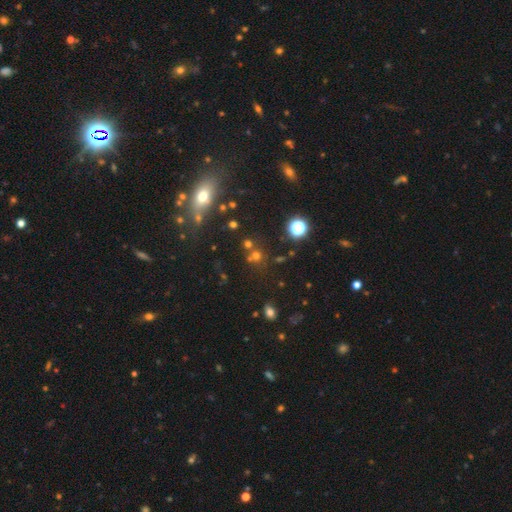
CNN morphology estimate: Q: Smooth or featured?
A: smooth (52%); runner-up: star or artifact (38%)
Q: How rounded?
A: round (88%); runner-up: in between (11%)
Q: Merging?
A: none (69%); runner-up: merger (18%)